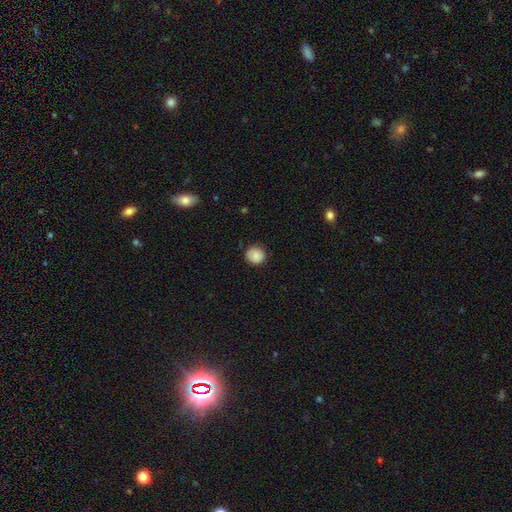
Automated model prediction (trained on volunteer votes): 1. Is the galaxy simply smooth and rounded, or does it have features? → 86% smooth, 8% star or artifact, 6% featured or disk.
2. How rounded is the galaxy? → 88% round, 11% in between, 1% cigar-shaped.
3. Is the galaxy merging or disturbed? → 83% none, 14% minor disturbance, 3% major disturbance, 1% merger.